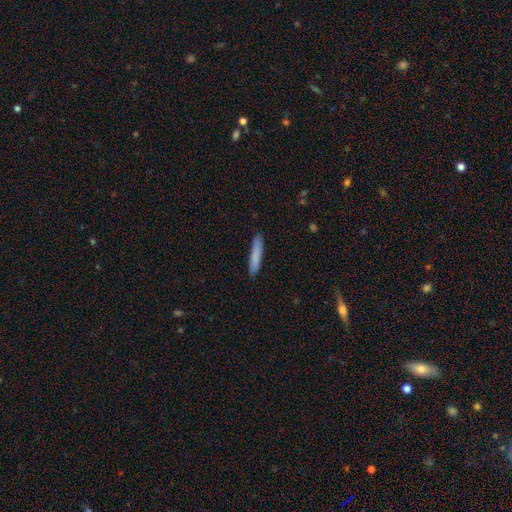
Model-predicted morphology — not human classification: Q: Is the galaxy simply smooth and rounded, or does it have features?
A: smooth — 82%.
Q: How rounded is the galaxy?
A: cigar-shaped — 92%.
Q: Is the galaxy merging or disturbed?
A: none — 88%.